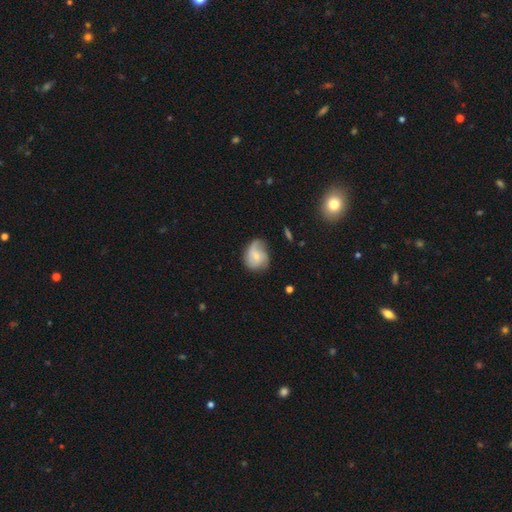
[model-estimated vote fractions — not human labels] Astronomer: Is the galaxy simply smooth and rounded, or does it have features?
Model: featured or disk — 50% (runner-up: smooth, 43%).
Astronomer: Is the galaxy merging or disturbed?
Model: none — 49% (runner-up: minor disturbance, 33%).